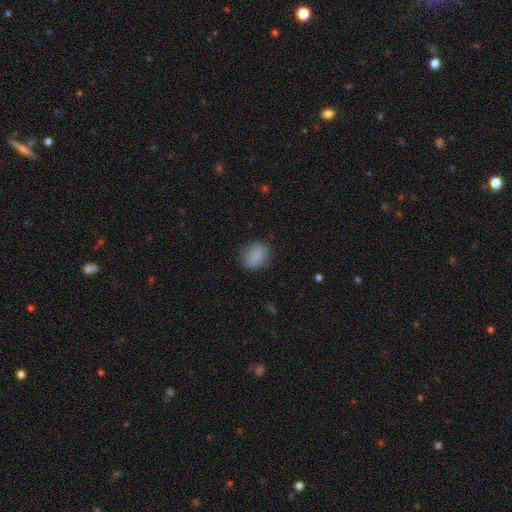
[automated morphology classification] type=smooth (87%); roundness=in between (50%); merging=none (83%).